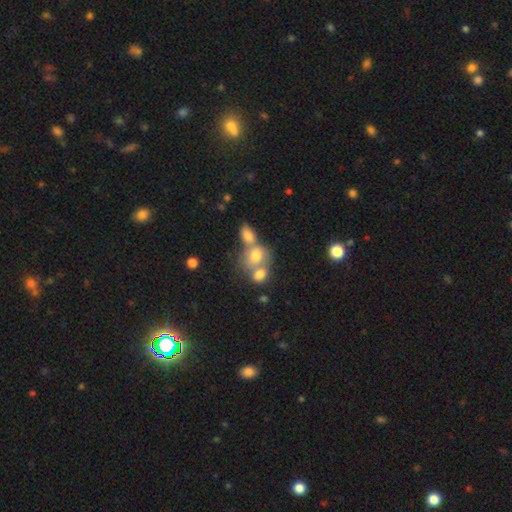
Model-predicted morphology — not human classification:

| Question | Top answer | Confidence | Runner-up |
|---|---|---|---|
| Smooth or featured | smooth | 71% | featured or disk (17%) |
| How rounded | in between | 52% | round (46%) |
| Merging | merger | 57% | none (29%) |